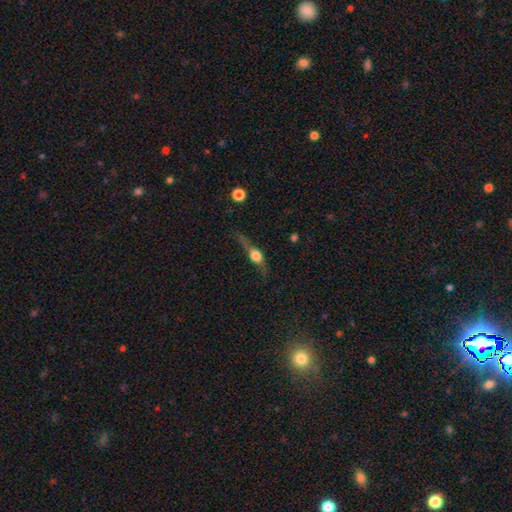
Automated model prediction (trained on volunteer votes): A featured or disk galaxy (58%) viewed edge-on (90%) with a rounded central bulge (91%).

Vote fractions:
- Smooth or featured? featured or disk: 58% / smooth: 33% / star or artifact: 9%
- Edge-on disk? yes: 90% / no: 10%
- Edge-on bulge? rounded: 91% / boxy: 7% / none: 2%
- Merging? none: 59% / minor disturbance: 22% / major disturbance: 16% / merger: 3%